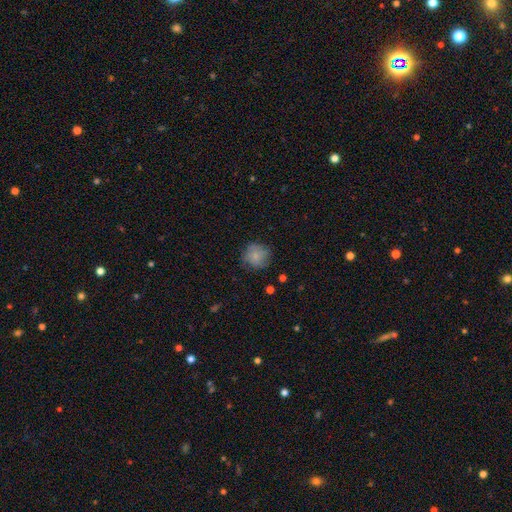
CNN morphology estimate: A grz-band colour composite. It shows a smooth galaxy with no disk features (79%) that is round (89%). Merging: none (75%).